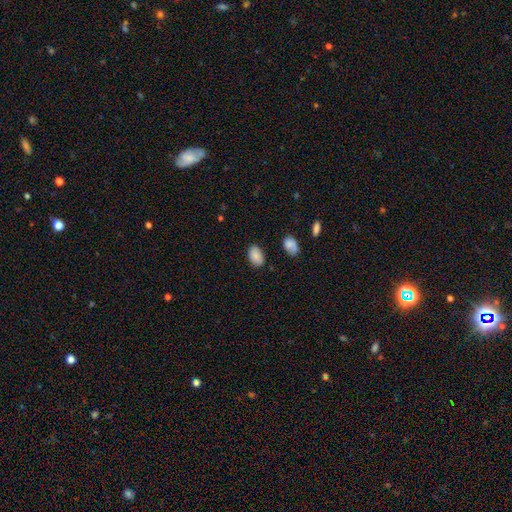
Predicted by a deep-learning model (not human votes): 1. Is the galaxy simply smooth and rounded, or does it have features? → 86% smooth, 8% star or artifact, 6% featured or disk.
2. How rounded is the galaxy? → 90% in between, 8% round, 1% cigar-shaped.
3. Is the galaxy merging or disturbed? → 80% none, 14% minor disturbance, 3% major disturbance, 3% merger.